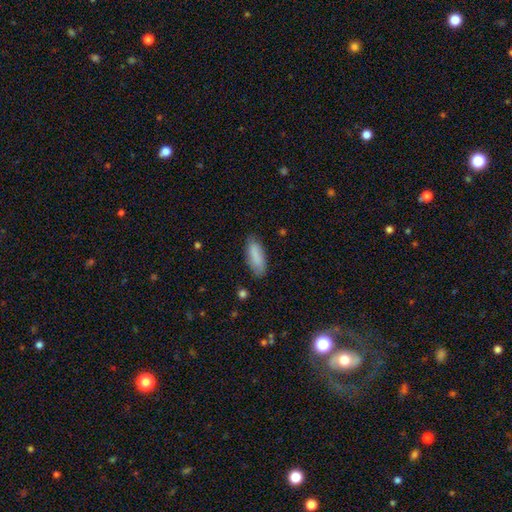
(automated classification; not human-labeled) This appears to be a smooth galaxy with no disk features (86%) that is in between round and cigar-shaped (68%). Merging: none (81%).